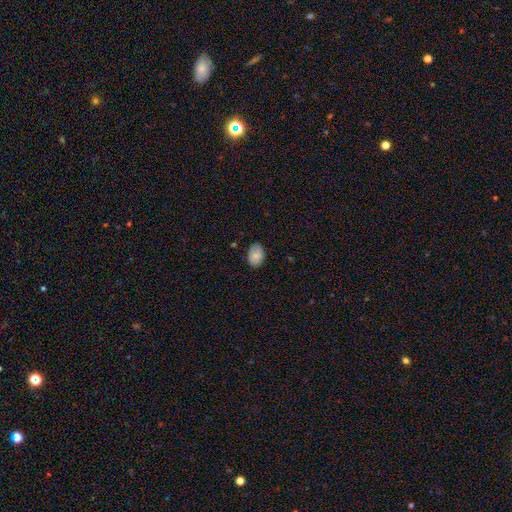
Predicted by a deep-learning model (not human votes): smooth-or-featured: smooth: 81% | featured or disk: 11% | star or artifact: 8%
  how-rounded: in between: 81% | round: 18% | cigar-shaped: 1%
  merging: none: 78% | minor disturbance: 18% | major disturbance: 3% | merger: 1%